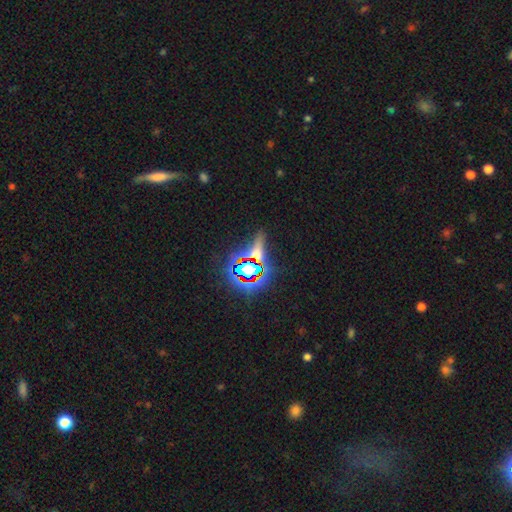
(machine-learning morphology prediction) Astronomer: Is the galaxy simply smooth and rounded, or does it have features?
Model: star or artifact — 58%.